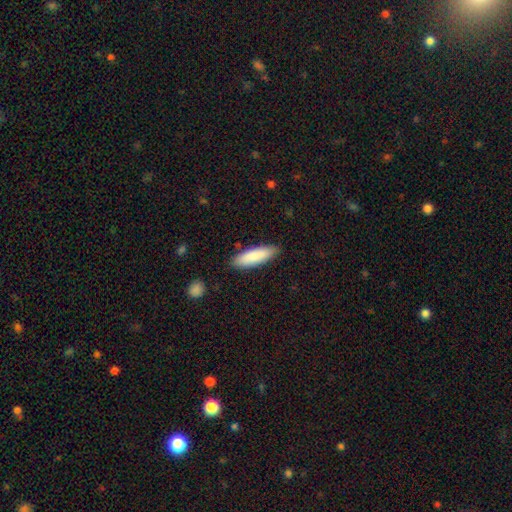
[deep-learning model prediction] smooth 86%, featured or disk 8%, star or artifact 6%. Down the decision tree: how rounded — cigar-shaped (55%); merging — none (86%).